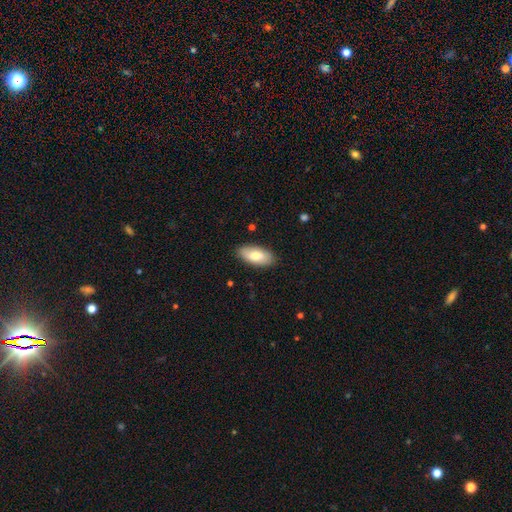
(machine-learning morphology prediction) Smooth or featured: smooth — 77% (featured or disk — 17%)
How rounded: in between — 91% (cigar-shaped — 7%)
Merging: none — 87% (minor disturbance — 10%)